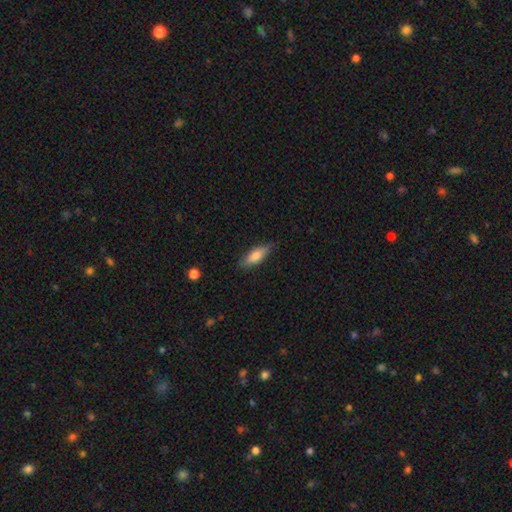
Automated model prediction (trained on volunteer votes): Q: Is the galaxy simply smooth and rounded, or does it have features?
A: smooth — 67%.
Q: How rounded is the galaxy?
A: in between — 54%.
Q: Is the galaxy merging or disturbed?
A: none — 79%.